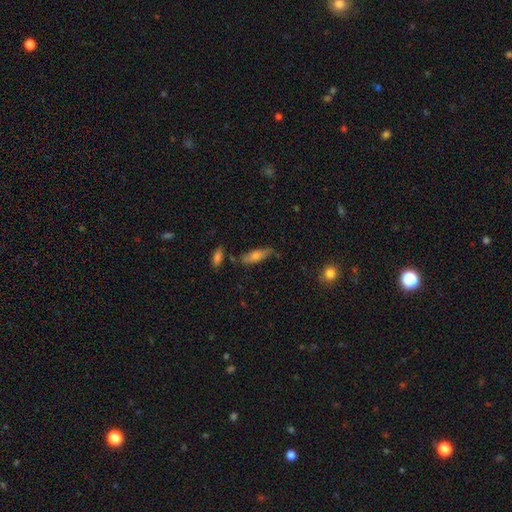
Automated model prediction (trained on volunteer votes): The model was most divided on "how rounded": cigar-shaped: 53%, in between: 44%, round: 3%. More confident: merging — none (70%); smooth or featured — smooth (65%).